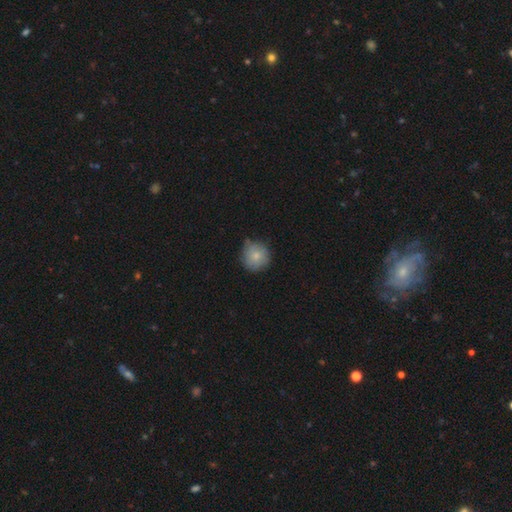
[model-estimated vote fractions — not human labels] Smooth or featured? smooth (78%)
How rounded? round (91%)
Merging? none (70%)